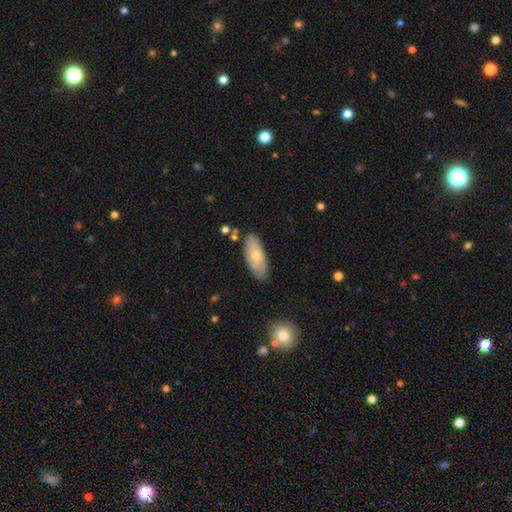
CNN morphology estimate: A smooth galaxy with no disk features (58%) that is in between round and cigar-shaped (82%). Merging: none (81%).